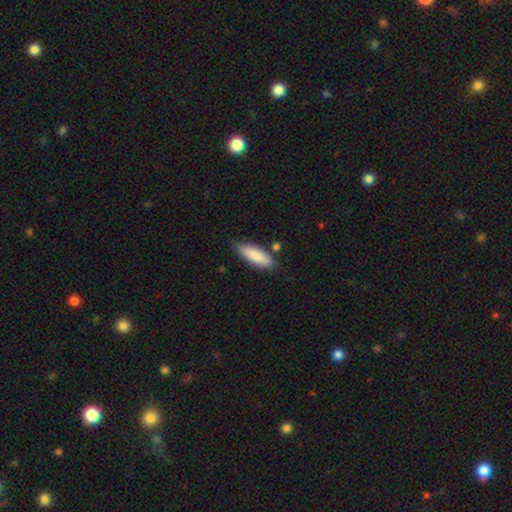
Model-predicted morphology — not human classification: smooth_or_featured: smooth (p=0.83) [alt: featured or disk p=0.12]
how_rounded: in between (p=0.60) [alt: cigar-shaped p=0.38]
merging: none (p=0.78) [alt: minor disturbance p=0.15]